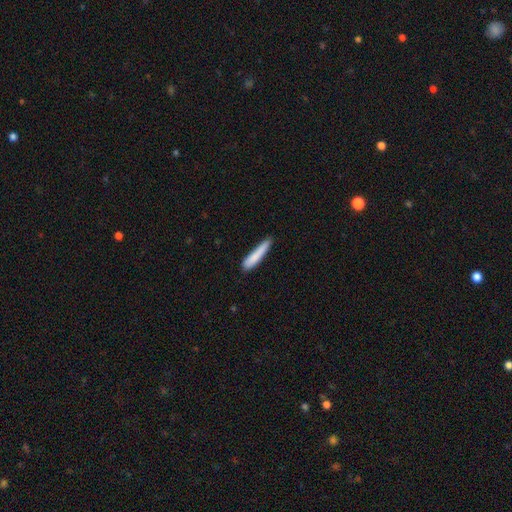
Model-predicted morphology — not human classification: Smooth or featured?
  - smooth: 83% *
  - featured or disk: 11%
  - star or artifact: 6%
How rounded?
  - cigar-shaped: 91% *
  - in between: 8%
  - round: 1%
Merging?
  - none: 77% *
  - minor disturbance: 18%
  - major disturbance: 3%
  - merger: 2%